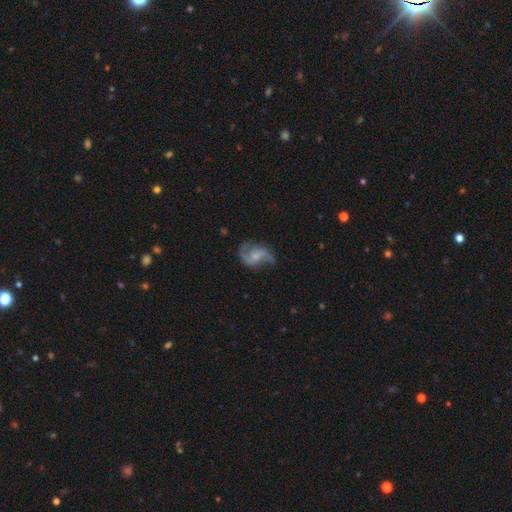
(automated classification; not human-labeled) Smooth or featured: featured or disk — 84% (smooth — 10%)
Edge-on disk: no — 98% (yes — 2%)
Bar: no — 52% (weak — 39%)
Spiral arms: yes — 96% (no — 4%)
Spiral winding: loose — 58% (medium — 35%)
Spiral arm count: 2 — 90% (1 — 3%)
Bulge size: small — 42% (moderate — 28%)
Merging: none — 66% (minor disturbance — 20%)